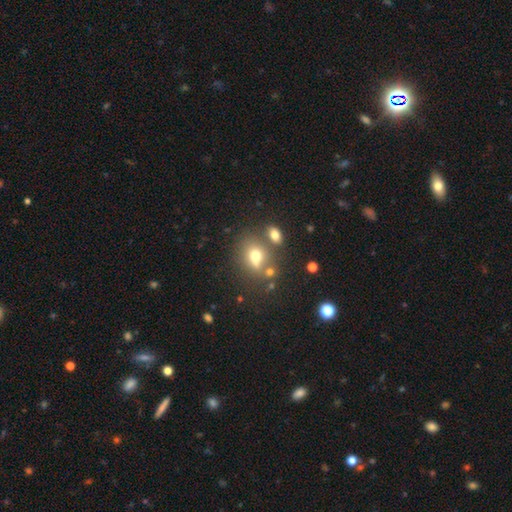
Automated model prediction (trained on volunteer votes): A smooth galaxy with no disk features (66%) that is in between round and cigar-shaped (53%).

Vote fractions:
- Smooth or featured? smooth: 66% / featured or disk: 18% / star or artifact: 16%
- How rounded? in between: 53% / round: 44% / cigar-shaped: 3%
- Merging? none: 52% / merger: 26% / minor disturbance: 15% / major disturbance: 8%